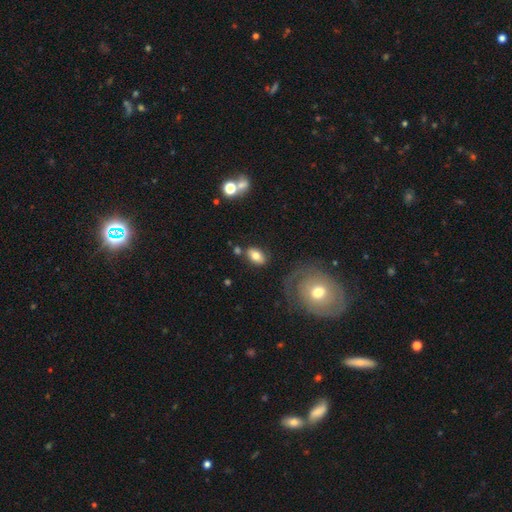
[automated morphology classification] Q: Smooth or featured?
A: smooth (76%); runner-up: featured or disk (16%)
Q: How rounded?
A: in between (89%); runner-up: round (9%)
Q: Merging?
A: none (73%); runner-up: minor disturbance (13%)